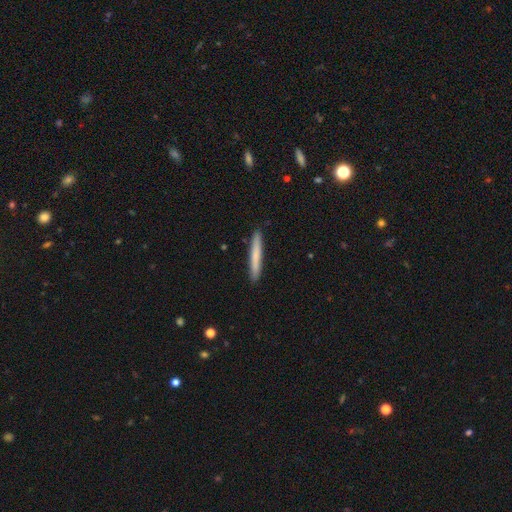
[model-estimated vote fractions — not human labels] Smooth or featured?
  - smooth: 71% *
  - featured or disk: 24%
  - star or artifact: 5%
How rounded?
  - cigar-shaped: 96% *
  - in between: 3%
  - round: 1%
Merging?
  - none: 92% *
  - minor disturbance: 6%
  - major disturbance: 1%
  - merger: 1%